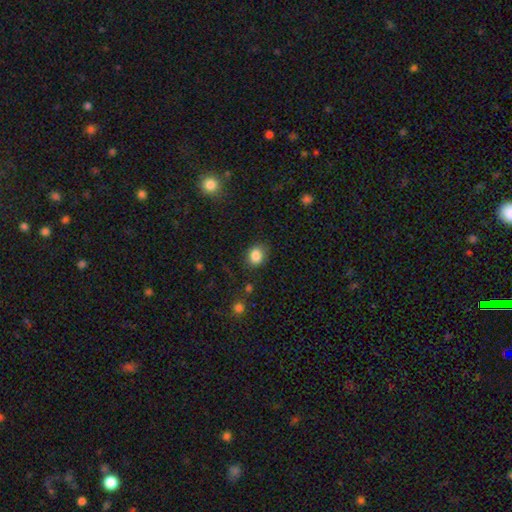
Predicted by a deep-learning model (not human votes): smooth-or-featured: smooth: 85% | star or artifact: 10% | featured or disk: 5%
  how-rounded: round: 50% | in between: 49% | cigar-shaped: 1%
  merging: none: 78% | minor disturbance: 15% | major disturbance: 4% | merger: 2%